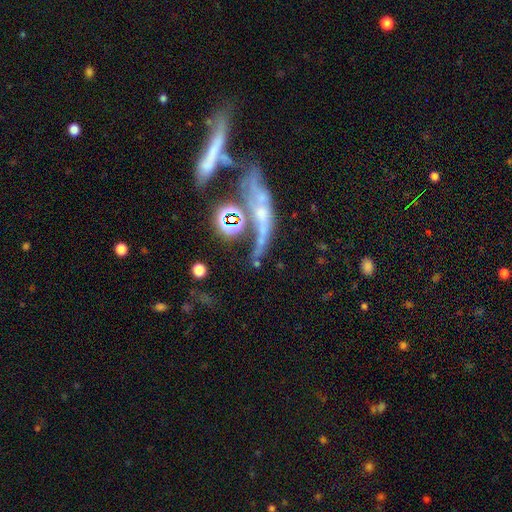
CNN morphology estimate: Smooth or featured? featured or disk (52%)
Edge-on disk? no (58%)
Merging? merger (34%)